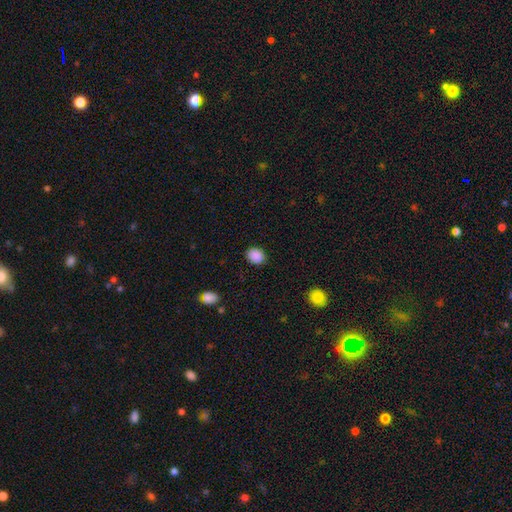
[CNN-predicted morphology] smooth 89%, star or artifact 9%, featured or disk 3%. Down the decision tree: how rounded — round (60%); merging — none (88%).